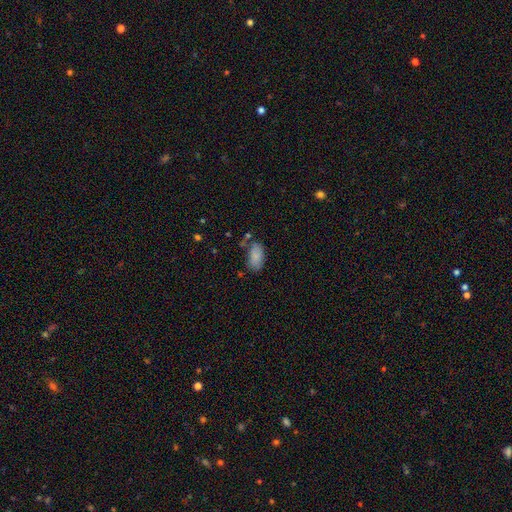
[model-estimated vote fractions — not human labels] This is clearly a smooth galaxy (86%). How rounded: clearly in between (94%). Merging: likely none (66%).